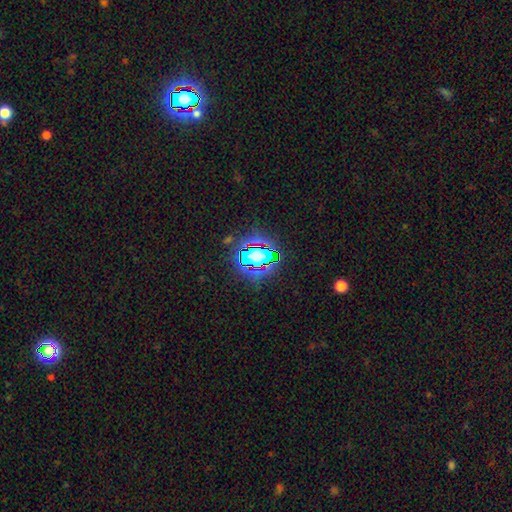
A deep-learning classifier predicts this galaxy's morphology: Overall: star or artifact (58%; smooth 28%).